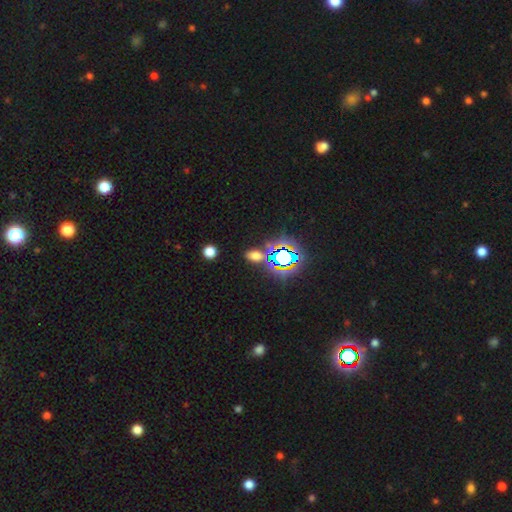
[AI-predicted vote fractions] smooth 56%, star or artifact 34%, featured or disk 10%. Down the decision tree: how rounded — in between (75%); merging — none (78%).